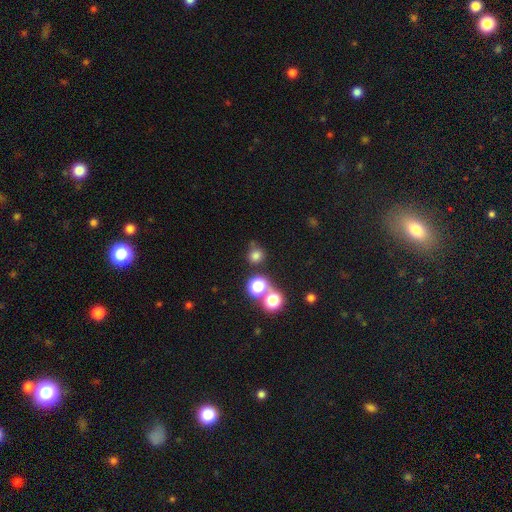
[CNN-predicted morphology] smooth_or_featured: smooth (p=0.74) [alt: star or artifact p=0.20]
how_rounded: round (p=0.89) [alt: in between p=0.10]
merging: none (p=0.71) [alt: merger p=0.14]